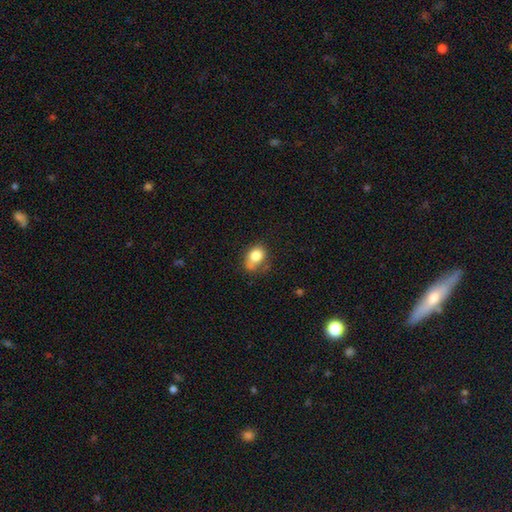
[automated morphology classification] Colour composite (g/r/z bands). It shows a smooth galaxy with no disk features (79%) that is in between round and cigar-shaped (61%). Merging: none (43%).